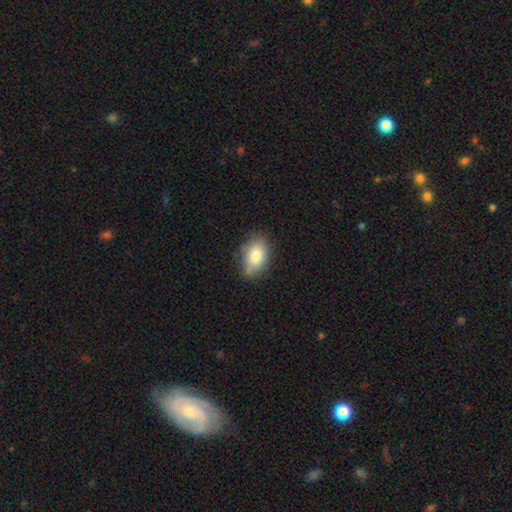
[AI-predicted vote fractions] smooth 78%, featured or disk 13%, star or artifact 8%. Down the decision tree: how rounded — in between (85%); merging — none (72%).